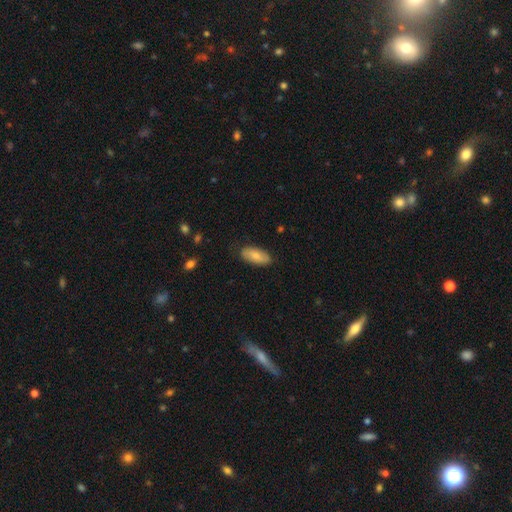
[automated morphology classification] Q: Smooth or featured?
A: smooth (77%); runner-up: featured or disk (17%)
Q: How rounded?
A: in between (90%); runner-up: cigar-shaped (8%)
Q: Merging?
A: none (82%); runner-up: minor disturbance (15%)